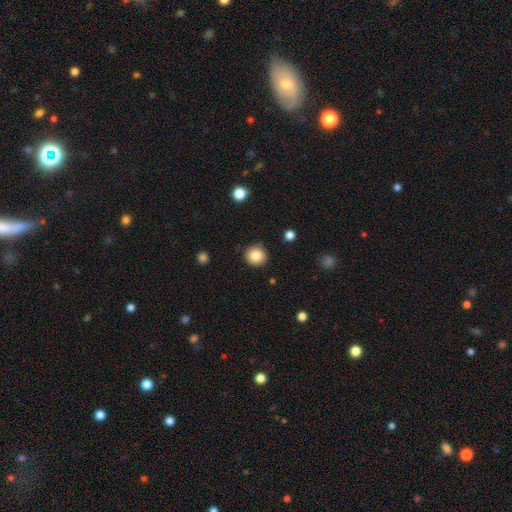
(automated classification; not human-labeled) Q: Smooth or featured?
A: smooth (85%); runner-up: star or artifact (9%)
Q: How rounded?
A: round (93%); runner-up: in between (6%)
Q: Merging?
A: none (90%); runner-up: minor disturbance (7%)